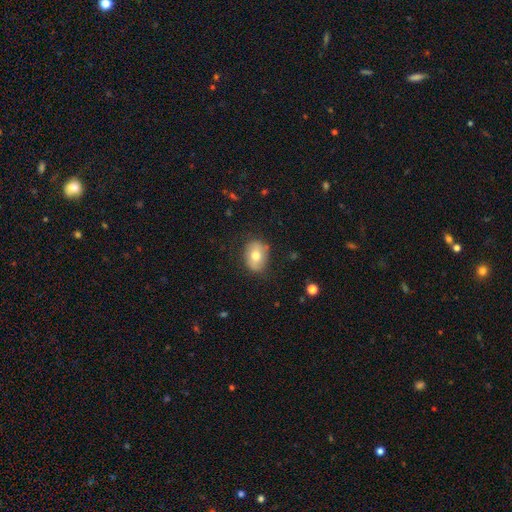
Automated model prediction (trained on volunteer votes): Smooth or featured?
  - smooth: 69% *
  - featured or disk: 24%
  - star or artifact: 8%
How rounded?
  - in between: 66% *
  - round: 33%
  - cigar-shaped: 1%
Merging?
  - none: 78% *
  - minor disturbance: 16%
  - major disturbance: 4%
  - merger: 1%